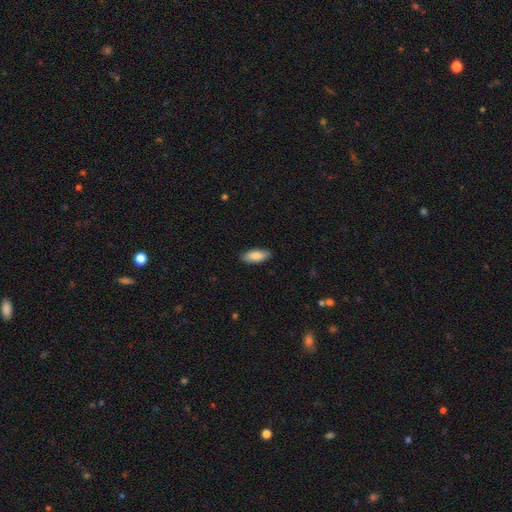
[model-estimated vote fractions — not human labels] Smooth or featured? Predicted: smooth (p=0.86). How rounded? Predicted: in between (p=0.79). Merging? Predicted: none (p=0.88).